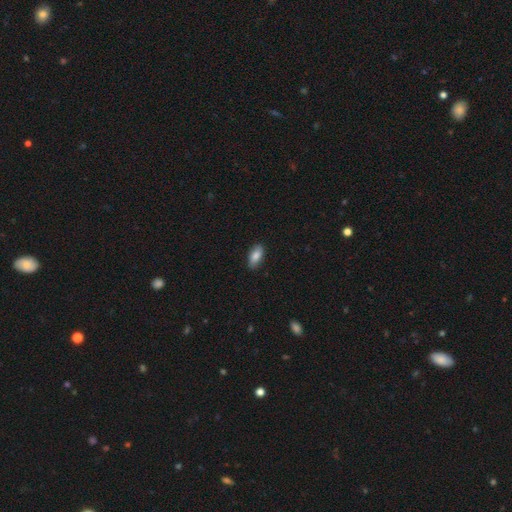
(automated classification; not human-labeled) A smooth galaxy with no disk features (83%) that is in between round and cigar-shaped (89%).

Vote fractions:
- Smooth or featured? smooth: 83% / featured or disk: 10% / star or artifact: 7%
- How rounded? in between: 89% / cigar-shaped: 8% / round: 3%
- Merging? none: 87% / minor disturbance: 10% / major disturbance: 2% / merger: 1%